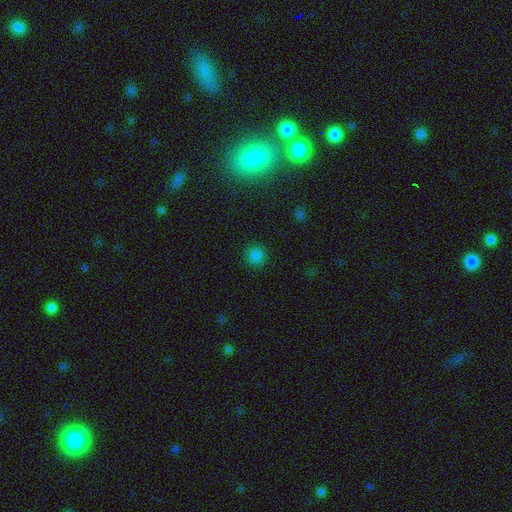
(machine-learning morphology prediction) A smooth galaxy with no disk features (83%) that is round (91%).

Vote fractions:
- Smooth or featured? smooth: 83% / star or artifact: 14% / featured or disk: 3%
- How rounded? round: 91% / in between: 8% / cigar-shaped: 1%
- Merging? none: 91% / minor disturbance: 6% / major disturbance: 2% / merger: 1%